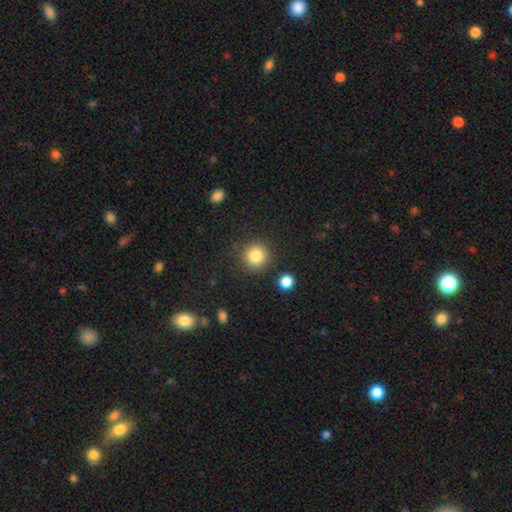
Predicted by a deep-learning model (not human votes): Q: Smooth or featured?
A: smooth (83%); runner-up: star or artifact (11%)
Q: How rounded?
A: round (93%); runner-up: in between (6%)
Q: Merging?
A: none (87%); runner-up: minor disturbance (7%)